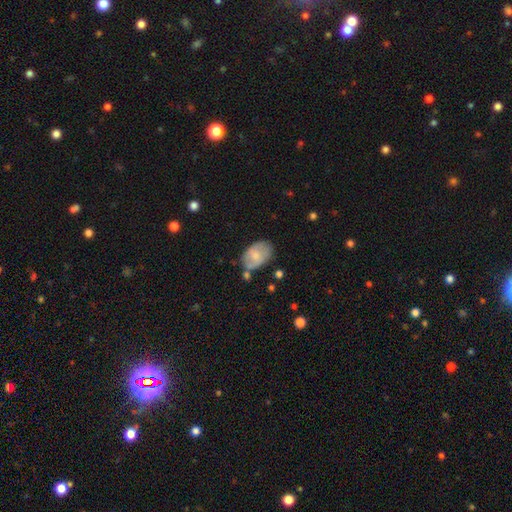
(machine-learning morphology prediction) The model was most divided on "merging": none: 58%, minor disturbance: 26%, merger: 8%, major disturbance: 7%. More confident: how rounded — in between (89%); smooth or featured — smooth (65%).